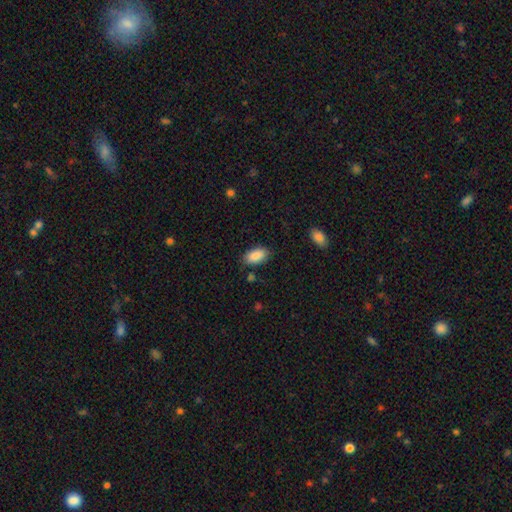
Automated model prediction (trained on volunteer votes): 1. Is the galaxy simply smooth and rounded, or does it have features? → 88% smooth, 7% star or artifact, 6% featured or disk.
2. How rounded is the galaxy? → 93% in between, 4% cigar-shaped, 3% round.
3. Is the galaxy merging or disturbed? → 82% none, 12% minor disturbance, 3% major disturbance, 2% merger.